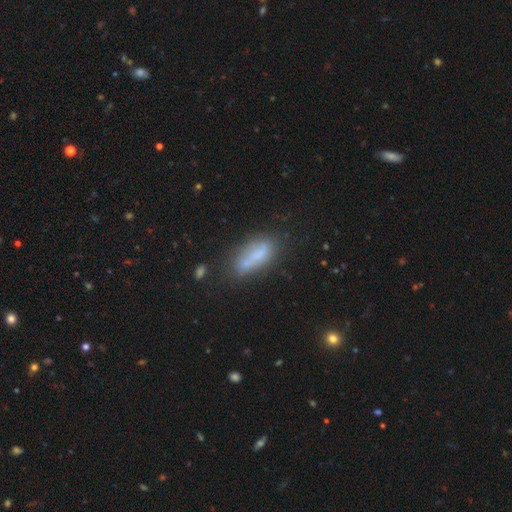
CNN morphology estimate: A smooth galaxy with no disk features (64%) that is in between round and cigar-shaped (60%).

Vote fractions:
- Smooth or featured? smooth: 64% / featured or disk: 25% / star or artifact: 11%
- How rounded? in between: 60% / cigar-shaped: 37% / round: 3%
- Merging? none: 53% / minor disturbance: 22% / merger: 15% / major disturbance: 10%